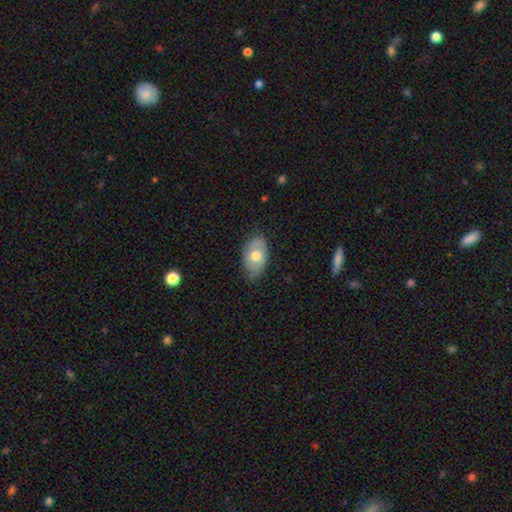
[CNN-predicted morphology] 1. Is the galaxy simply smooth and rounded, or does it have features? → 58% smooth, 36% featured or disk, 6% star or artifact.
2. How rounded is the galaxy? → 89% in between, 9% round, 1% cigar-shaped.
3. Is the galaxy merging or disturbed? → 70% none, 25% minor disturbance, 4% major disturbance, 1% merger.